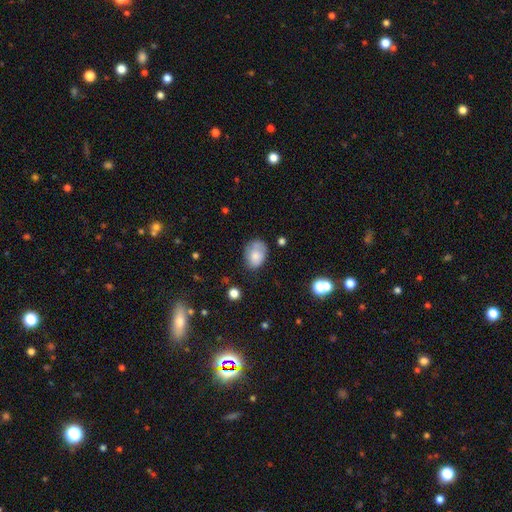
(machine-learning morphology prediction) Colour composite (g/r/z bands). It shows a smooth galaxy with no disk features (75%) that is in between round and cigar-shaped (74%). Merging: none (53%).